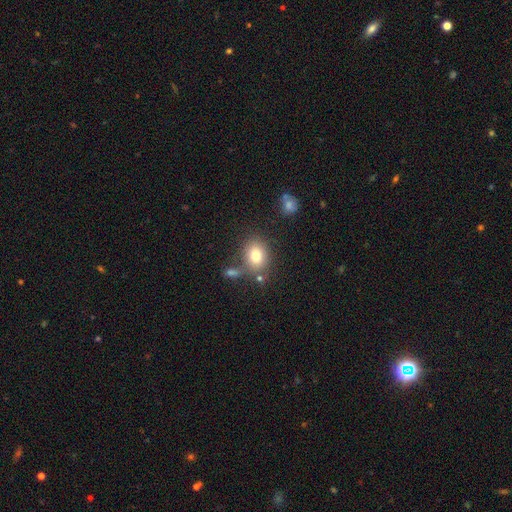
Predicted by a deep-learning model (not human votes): Q: Smooth or featured?
A: smooth (79%); runner-up: featured or disk (10%)
Q: How rounded?
A: in between (57%); runner-up: round (42%)
Q: Merging?
A: none (67%); runner-up: minor disturbance (14%)